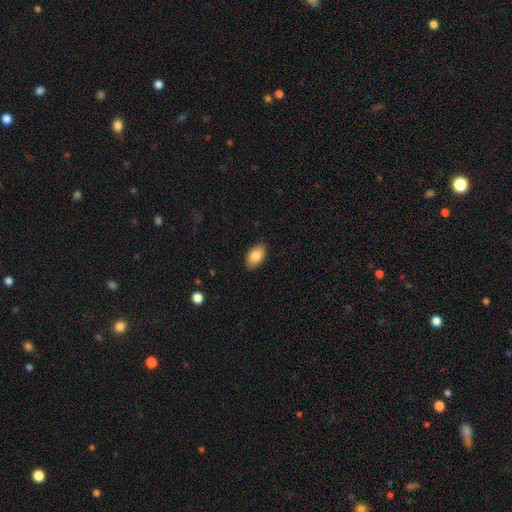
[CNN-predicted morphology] Smooth or featured? smooth (84%)
How rounded? in between (92%)
Merging? none (88%)